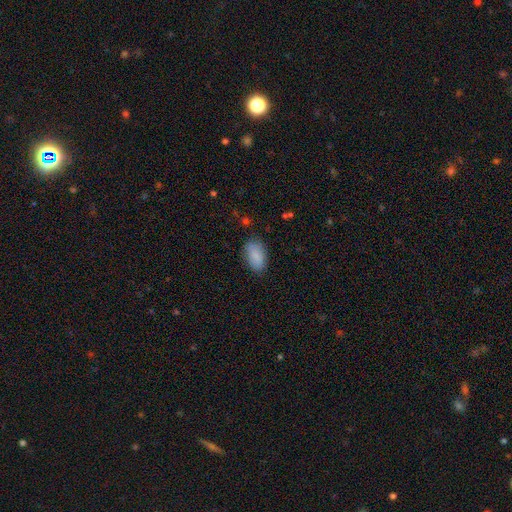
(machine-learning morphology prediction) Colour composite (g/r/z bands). It shows a smooth galaxy with no disk features (87%) that is in between round and cigar-shaped (93%). Merging: none (78%).